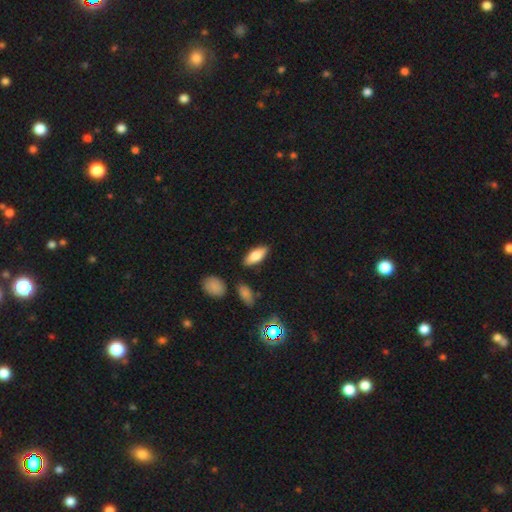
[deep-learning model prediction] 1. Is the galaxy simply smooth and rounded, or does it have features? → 72% smooth, 21% featured or disk, 7% star or artifact.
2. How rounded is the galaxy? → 76% in between, 22% cigar-shaped, 3% round.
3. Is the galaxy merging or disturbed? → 85% none, 10% minor disturbance, 3% merger, 2% major disturbance.